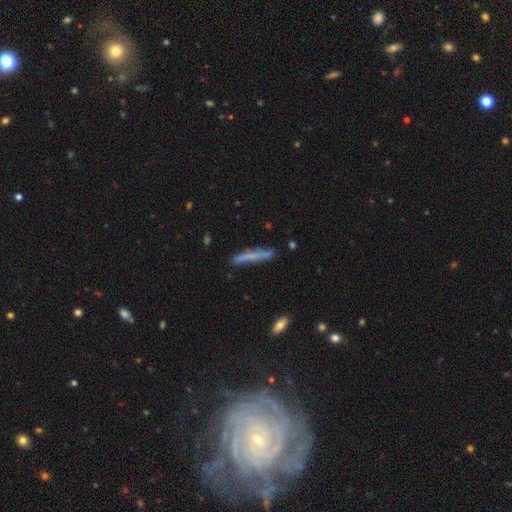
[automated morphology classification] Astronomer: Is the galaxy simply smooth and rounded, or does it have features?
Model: smooth — 60%.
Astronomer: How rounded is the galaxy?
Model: cigar-shaped — 95%.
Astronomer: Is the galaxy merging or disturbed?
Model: none — 80%.